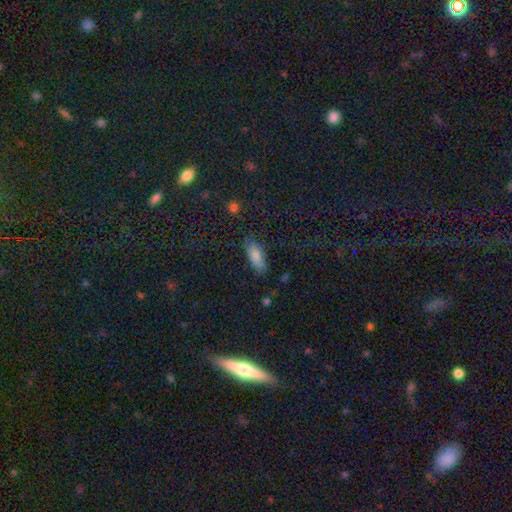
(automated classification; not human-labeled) smooth 80%, featured or disk 10%, star or artifact 10%. Down the decision tree: how rounded — in between (81%); merging — none (72%).